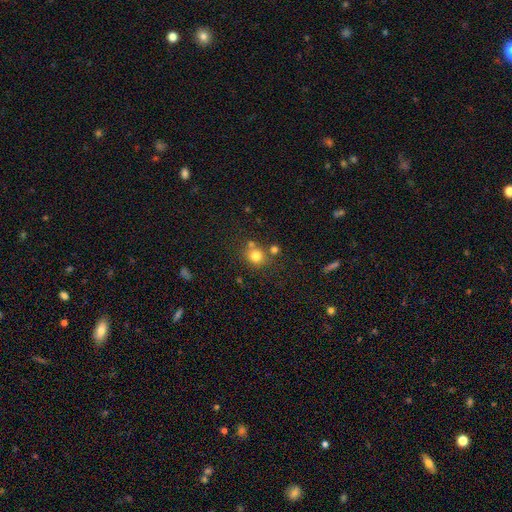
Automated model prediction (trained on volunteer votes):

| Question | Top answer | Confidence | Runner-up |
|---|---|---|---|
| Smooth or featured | smooth | 78% | star or artifact (14%) |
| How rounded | round | 84% | in between (15%) |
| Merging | none | 66% | merger (19%) |